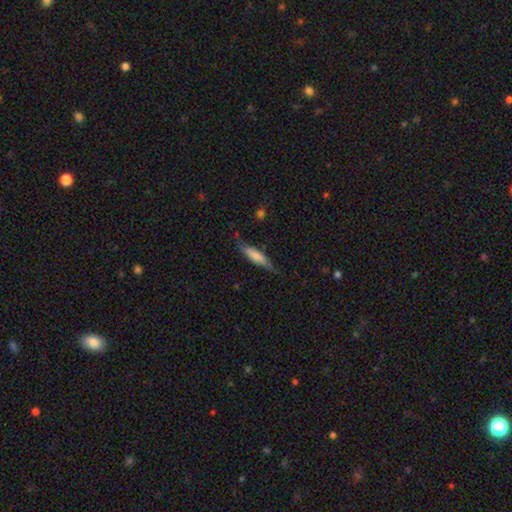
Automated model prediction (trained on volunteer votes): Morphology: type=smooth (63%); roundness=cigar-shaped (71%); merging=none (70%).